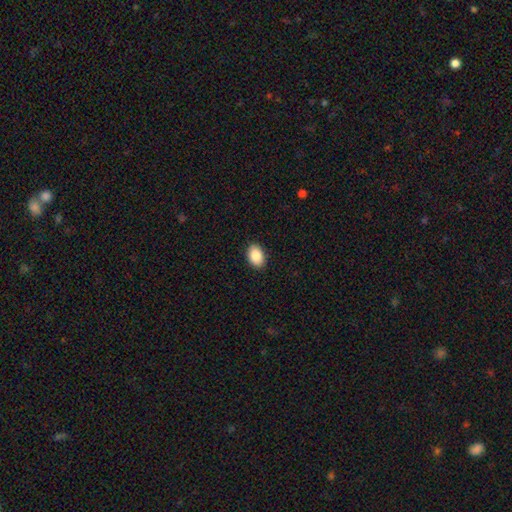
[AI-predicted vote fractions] A smooth galaxy with no disk features (89%) that is in between round and cigar-shaped (85%).

Vote fractions:
- Smooth or featured? smooth: 89% / star or artifact: 7% / featured or disk: 4%
- How rounded? in between: 85% / round: 14% / cigar-shaped: 1%
- Merging? none: 90% / minor disturbance: 8% / major disturbance: 2% / merger: 1%